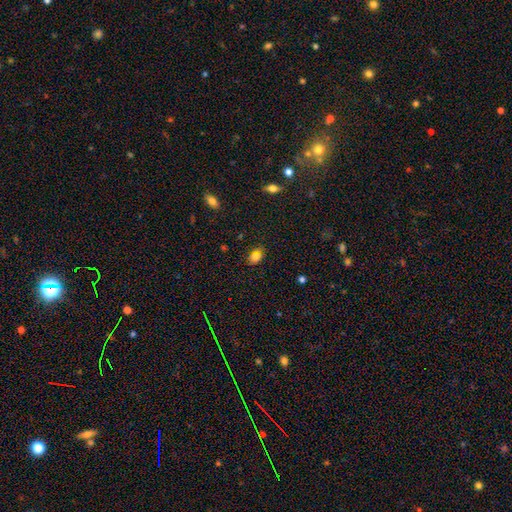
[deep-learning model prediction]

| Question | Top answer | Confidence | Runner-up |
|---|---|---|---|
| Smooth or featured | smooth | 78% | star or artifact (13%) |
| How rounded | in between | 79% | round (19%) |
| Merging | none | 81% | minor disturbance (14%) |